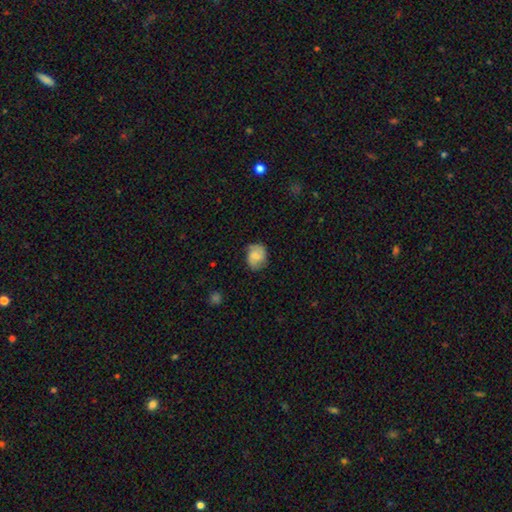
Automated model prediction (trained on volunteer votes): The model was most divided on "how rounded": round: 56%, in between: 43%, cigar-shaped: 1%. More confident: merging — none (73%); smooth or featured — smooth (55%).